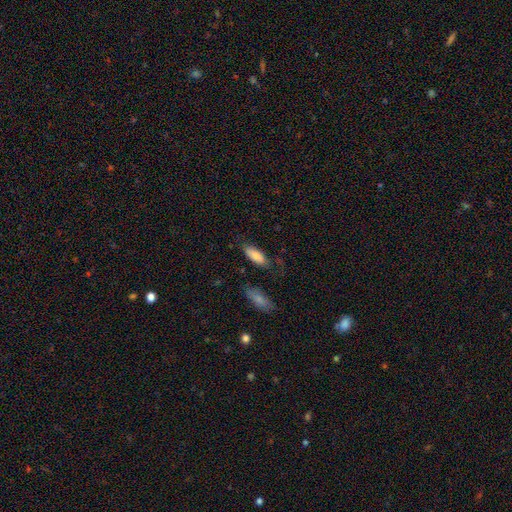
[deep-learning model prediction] The model was most divided on "merging": none: 67%, minor disturbance: 21%, major disturbance: 7%, merger: 5%. More confident: smooth or featured — smooth (80%); how rounded — in between (75%).